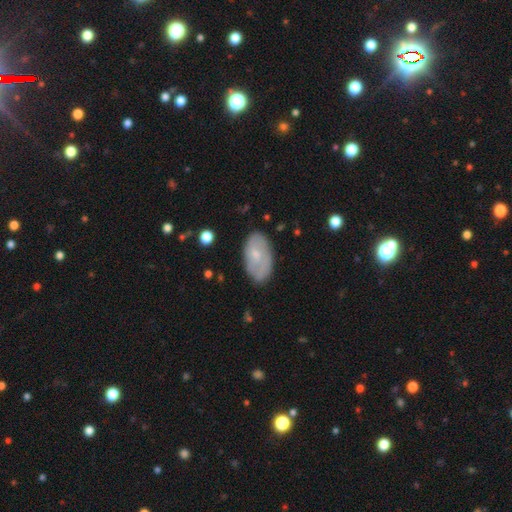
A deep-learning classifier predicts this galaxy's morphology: smooth_or_featured: smooth (p=0.51) [alt: featured or disk p=0.41]
how_rounded: in between (p=0.93) [alt: round p=0.05]
merging: none (p=0.74) [alt: minor disturbance p=0.20]